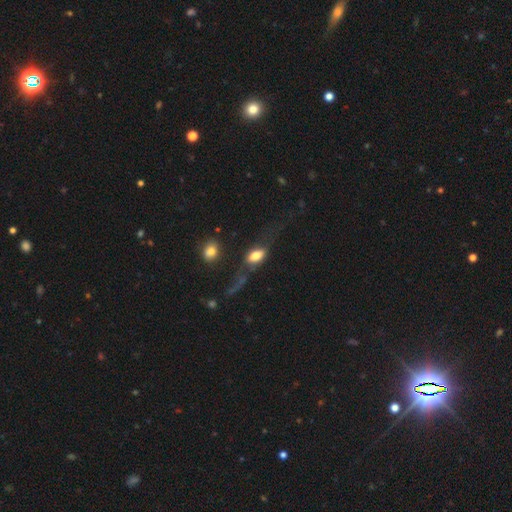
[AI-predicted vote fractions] The model was most divided on "merging" (2-way tie): major disturbance: 36%, none: 36%, minor disturbance: 17%, merger: 11%. More confident: how rounded — in between (87%); smooth or featured — smooth (66%).